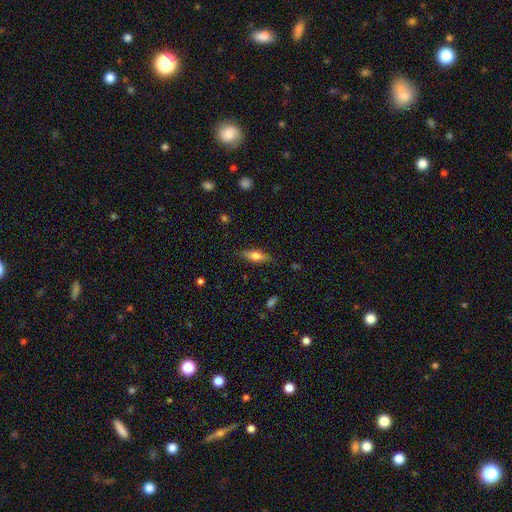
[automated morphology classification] Smooth or featured? smooth (55%)
How rounded? cigar-shaped (49%)
Merging? none (83%)